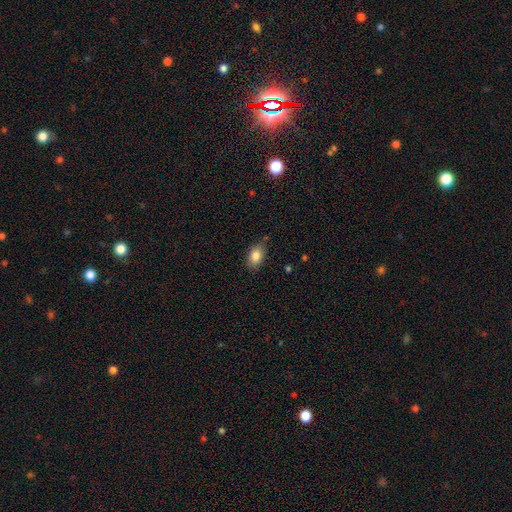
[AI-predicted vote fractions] Morphology: type=smooth (85%); roundness=in between (85%); merging=none (76%).